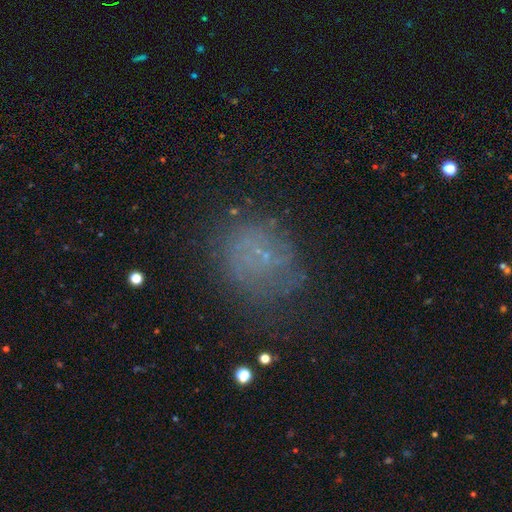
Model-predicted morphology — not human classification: This appears to be a smooth galaxy with no disk features (46%). Merging: none (63%).